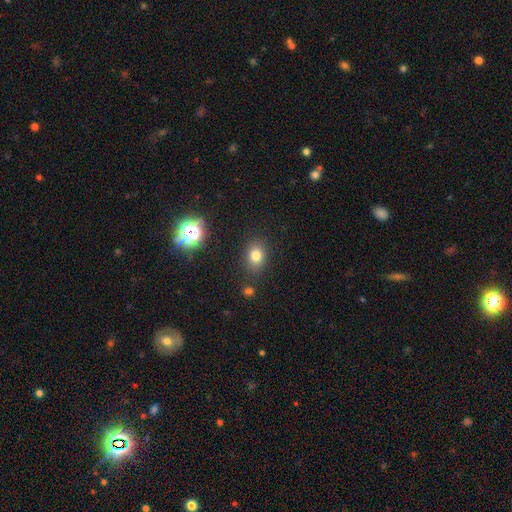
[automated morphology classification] type=smooth (77%); roundness=in between (53%); merging=none (83%).